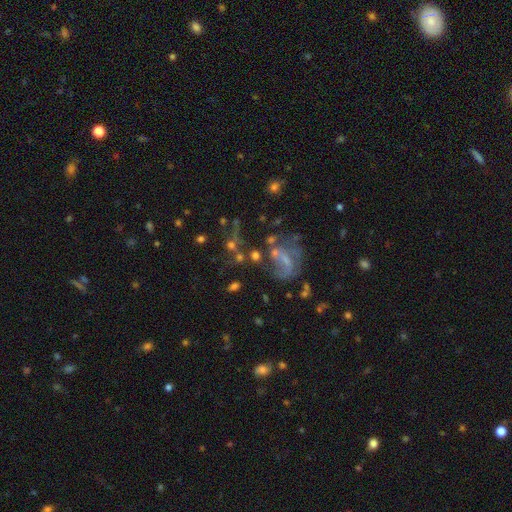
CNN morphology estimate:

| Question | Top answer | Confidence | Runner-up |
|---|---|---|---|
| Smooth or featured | featured or disk | 43% | smooth (30%) |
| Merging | none | 36% | major disturbance (29%) |